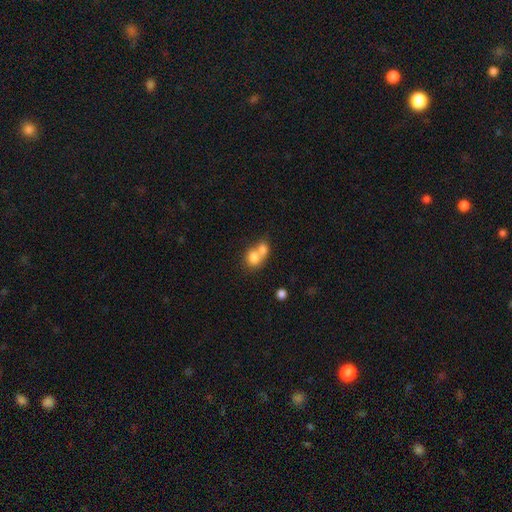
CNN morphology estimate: Smooth or featured? Predicted: smooth (p=0.75). How rounded? Predicted: round (p=0.56). Merging? Predicted: merger (p=0.70).